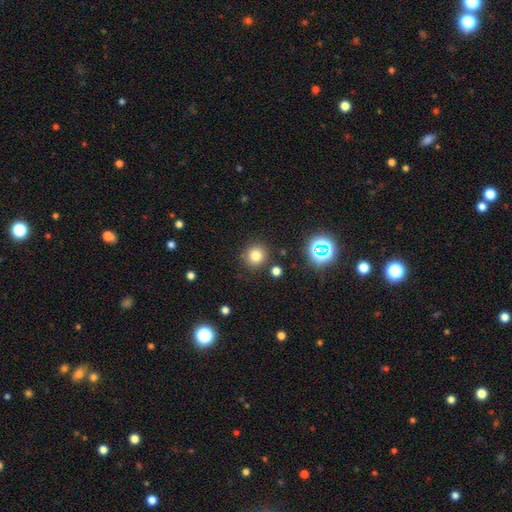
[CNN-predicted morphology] A smooth galaxy with no disk features (77%) that is round (91%).

Vote fractions:
- Smooth or featured? smooth: 77% / star or artifact: 17% / featured or disk: 7%
- How rounded? round: 91% / in between: 8% / cigar-shaped: 1%
- Merging? none: 86% / minor disturbance: 7% / merger: 4% / major disturbance: 3%